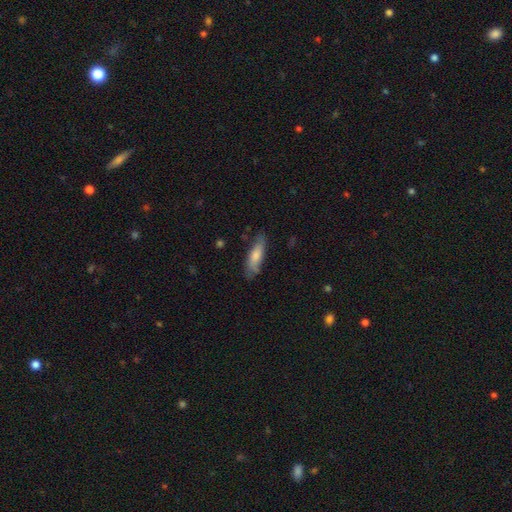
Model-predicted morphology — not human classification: smooth_or_featured: smooth (p=0.70) [alt: featured or disk p=0.24]
how_rounded: cigar-shaped (p=0.58) [alt: in between p=0.40]
merging: none (p=0.72) [alt: minor disturbance p=0.21]